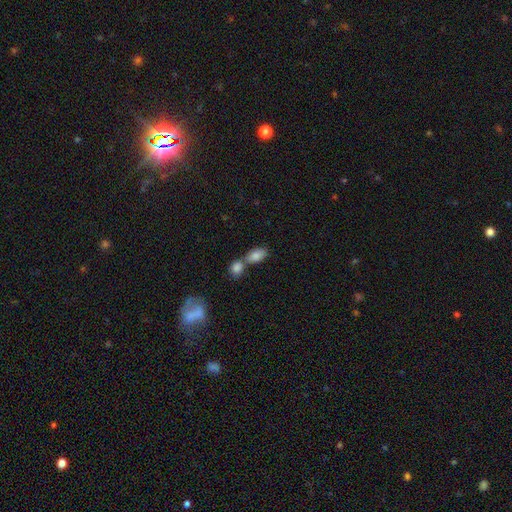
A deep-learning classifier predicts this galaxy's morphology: smooth_or_featured: smooth (p=0.82) [alt: featured or disk p=0.10]
how_rounded: in between (p=0.88) [alt: round p=0.08]
merging: merger (p=0.51) [alt: none p=0.36]